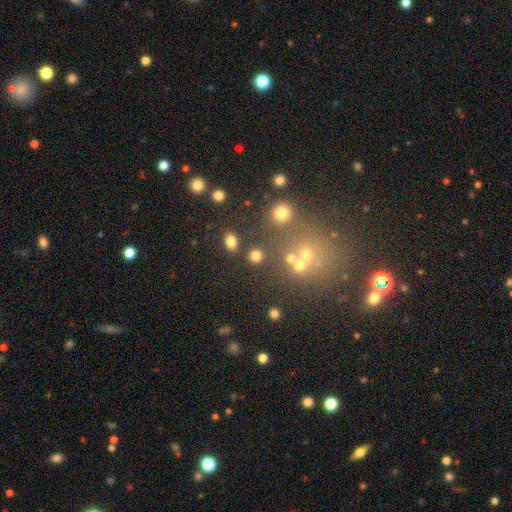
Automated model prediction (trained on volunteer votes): A smooth galaxy with no disk features (76%) that is round (72%).

Vote fractions:
- Smooth or featured? smooth: 76% / star or artifact: 16% / featured or disk: 8%
- How rounded? round: 72% / in between: 27% / cigar-shaped: 1%
- Merging? none: 78% / merger: 10% / minor disturbance: 8% / major disturbance: 4%